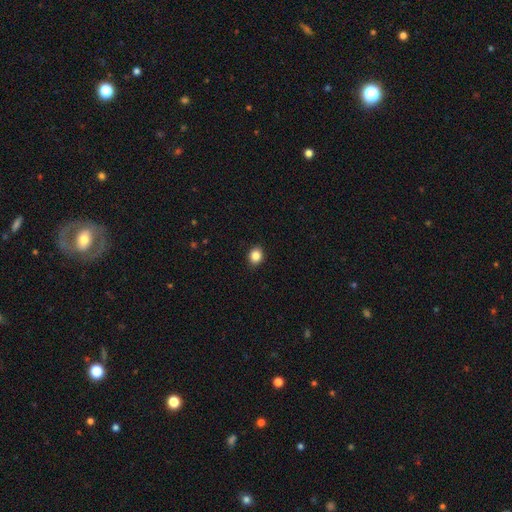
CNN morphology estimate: Overall: smooth (86%). How rounded: round (64%; in between 36%). Merging: none (91%).